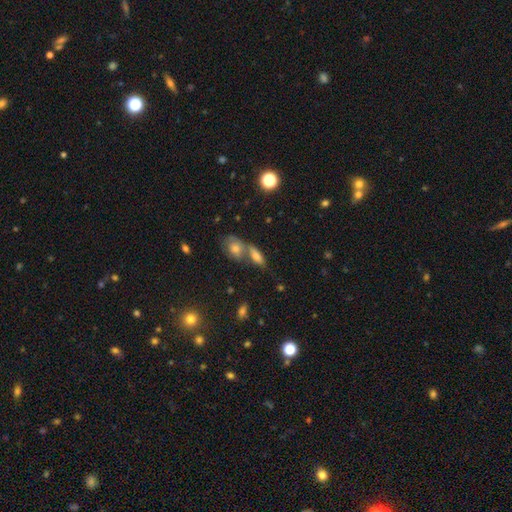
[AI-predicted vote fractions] The model was most divided on "merging": none: 44%, merger: 42%, minor disturbance: 9%, major disturbance: 4%. More confident: how rounded — in between (66%); smooth or featured — smooth (63%).